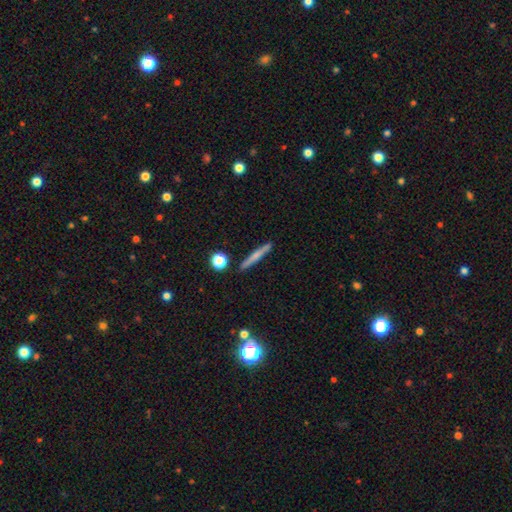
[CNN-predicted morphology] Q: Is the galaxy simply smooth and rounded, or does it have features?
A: smooth — 53%.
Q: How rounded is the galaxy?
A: cigar-shaped — 92%.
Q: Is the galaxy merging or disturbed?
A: none — 88%.